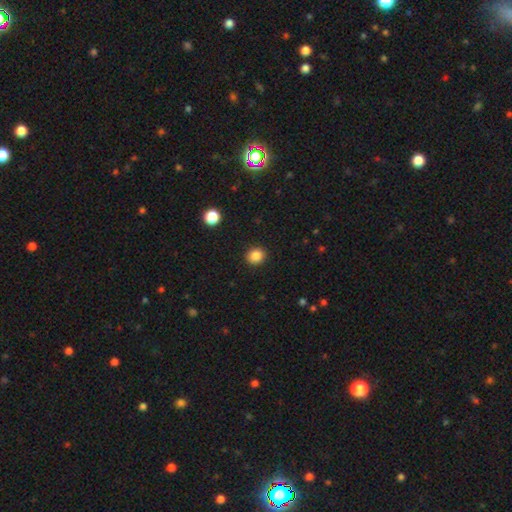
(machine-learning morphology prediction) smooth 86%, star or artifact 11%, featured or disk 3%. Down the decision tree: how rounded — round (84%); merging — none (92%).